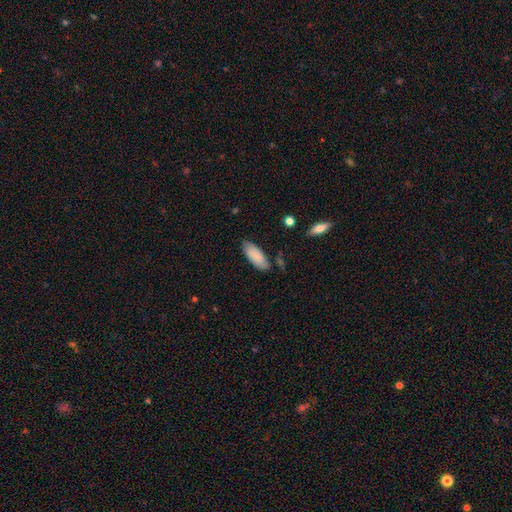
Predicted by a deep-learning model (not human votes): Morphology: type=smooth (84%); roundness=in between (82%); merging=none (75%).